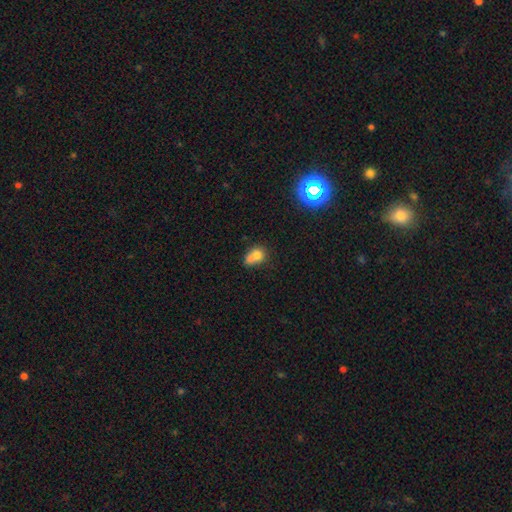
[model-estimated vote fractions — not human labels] smooth_or_featured: smooth (p=0.71) [alt: featured or disk p=0.16]
how_rounded: in between (p=0.53) [alt: round p=0.45]
merging: merger (p=0.41) [alt: none p=0.29]